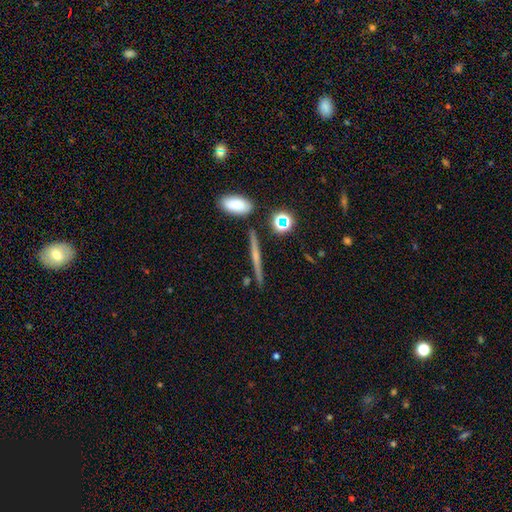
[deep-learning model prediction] smooth_or_featured: featured or disk (p=0.52) [alt: smooth p=0.34]
disk_edge_on: yes (p=0.95) [alt: no p=0.05]
merging: none (p=0.86) [alt: minor disturbance p=0.07]